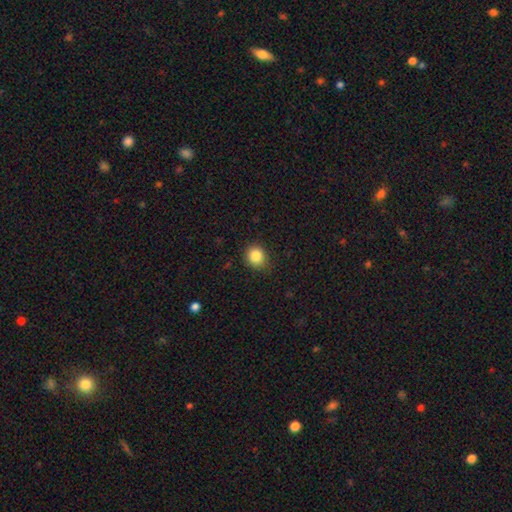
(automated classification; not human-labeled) Overall: smooth (85%). How rounded: round (81%). Merging: none (84%).